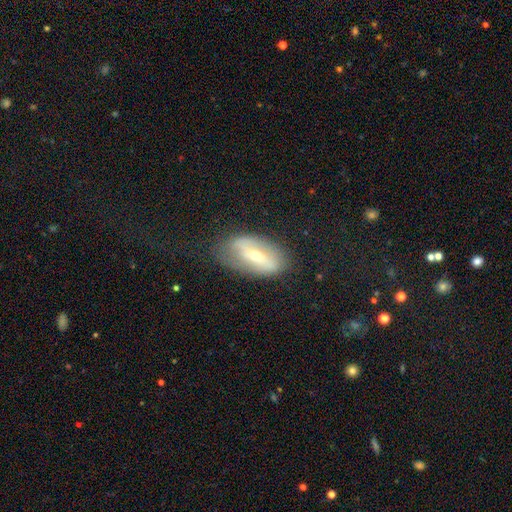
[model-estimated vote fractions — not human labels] The model was most divided on "smooth or featured": featured or disk: 59%, smooth: 34%, star or artifact: 8%. More confident: edge-on disk — no (83%); merging — none (68%).